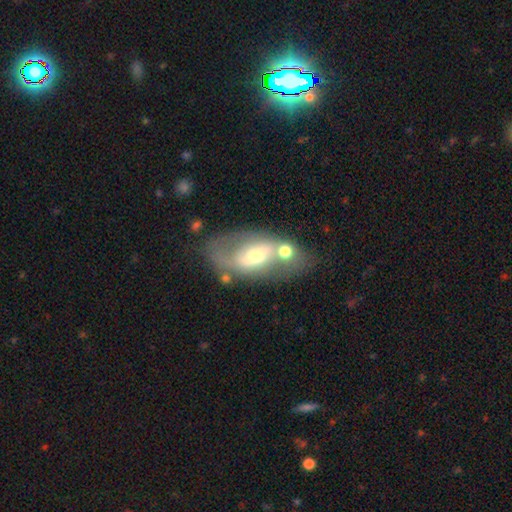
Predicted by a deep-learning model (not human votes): This is likely a featured or disk galaxy (62%). It is clearly not viewed edge-on (90%). Bar: marginally weak (38%). Spiral arm pattern: possibly yes (52%). Central bulge: possibly moderate (59%). Merging: marginally none (44%).